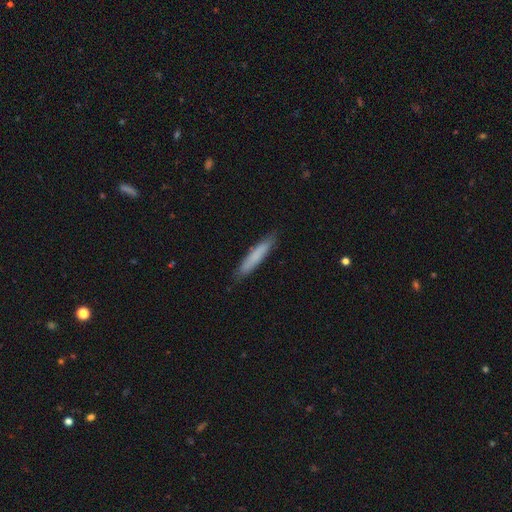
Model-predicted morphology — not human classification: This appears to be a smooth galaxy with no disk features (76%) that is cigar-shaped (90%). Merging: none (87%).